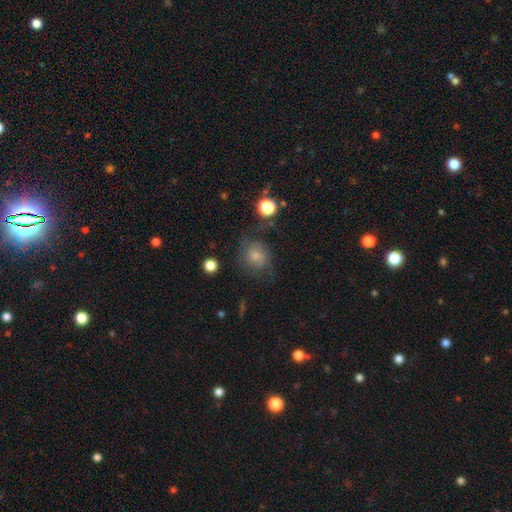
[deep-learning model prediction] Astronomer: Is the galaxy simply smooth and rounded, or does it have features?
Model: smooth — 42% (runner-up: featured or disk, 39%).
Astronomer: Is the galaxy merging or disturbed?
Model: none — 66%.